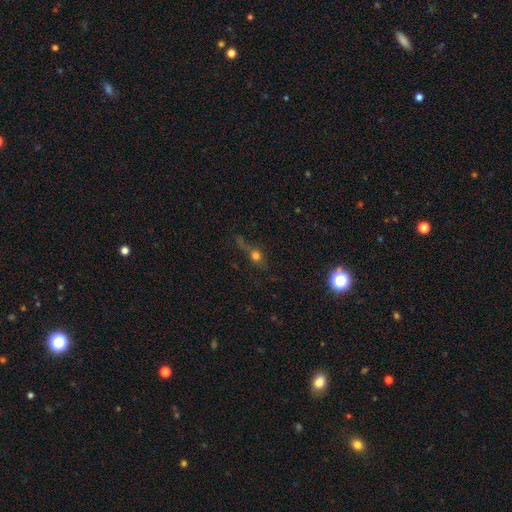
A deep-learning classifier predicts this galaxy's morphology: Smooth or featured? Predicted: smooth (p=0.52). How rounded? Predicted: round (p=0.45). Merging? Predicted: none (p=0.53).